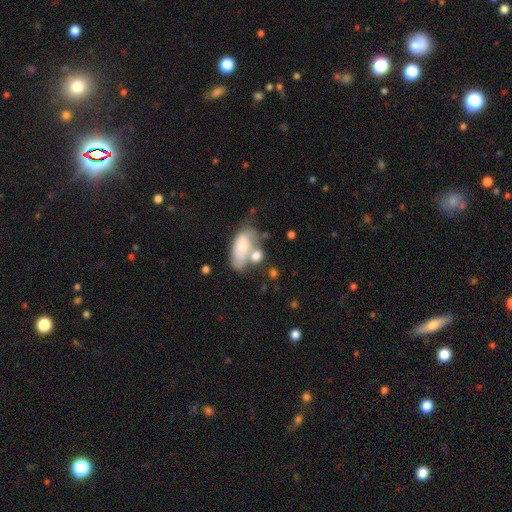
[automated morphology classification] A smooth galaxy with no disk features (67%) that is in between round and cigar-shaped (84%).

Vote fractions:
- Smooth or featured? smooth: 67% / featured or disk: 25% / star or artifact: 7%
- How rounded? in between: 84% / round: 12% / cigar-shaped: 4%
- Merging? merger: 45% / none: 28% / minor disturbance: 17% / major disturbance: 10%